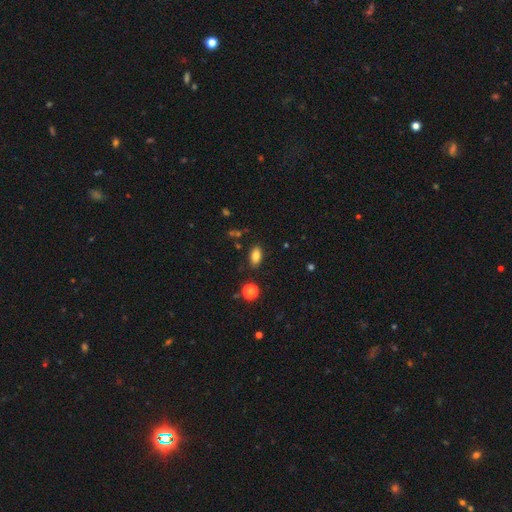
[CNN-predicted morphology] Smooth or featured? smooth (82%)
How rounded? in between (88%)
Merging? none (85%)